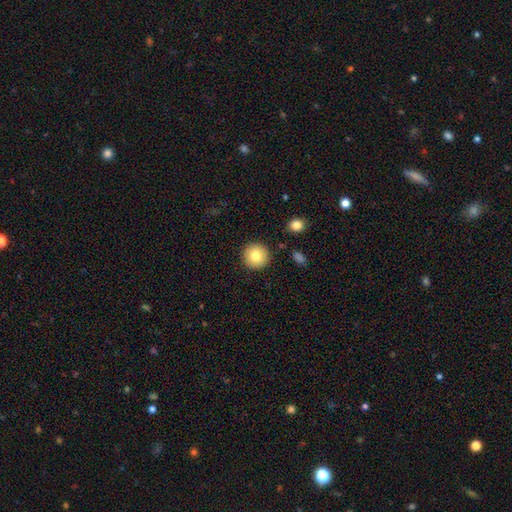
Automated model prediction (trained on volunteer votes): Overall: smooth (81%). How rounded: round (95%). Merging: none (91%).